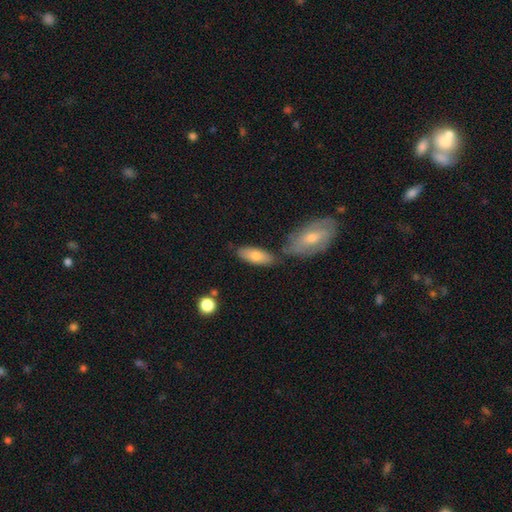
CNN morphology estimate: type=smooth (74%); roundness=in between (77%); merging=none (68%).